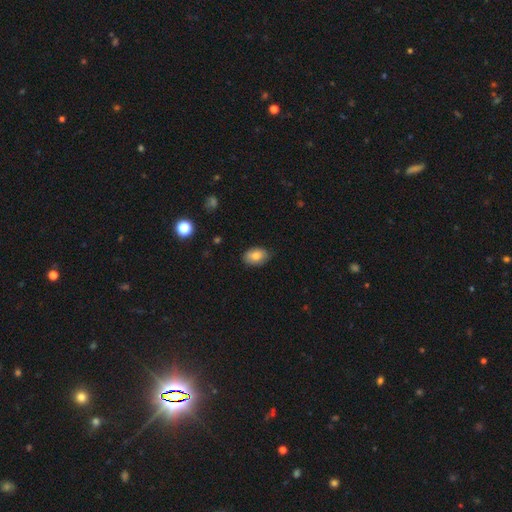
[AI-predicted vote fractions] This appears to be a smooth galaxy with no disk features (80%) that is in between round and cigar-shaped (87%). Merging: none (82%).